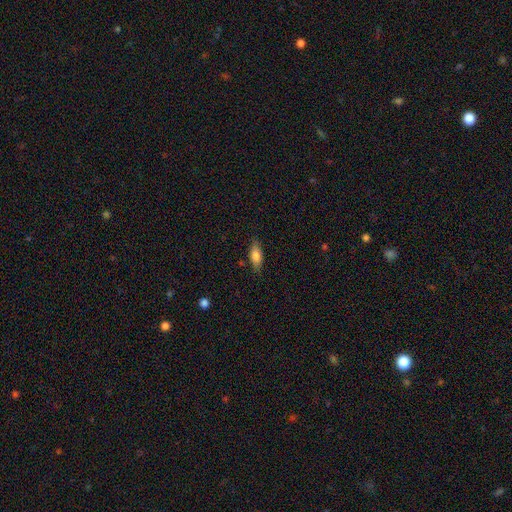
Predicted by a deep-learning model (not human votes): A smooth galaxy with no disk features (77%) that is in between round and cigar-shaped (71%). Merging: none (82%).